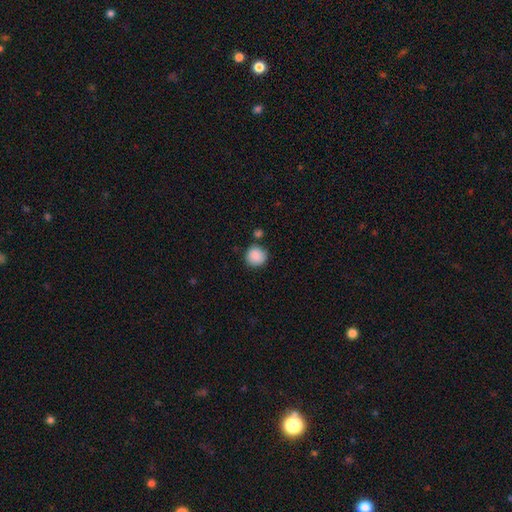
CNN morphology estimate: smooth 89%, star or artifact 8%, featured or disk 3%. Down the decision tree: how rounded — round (92%); merging — none (80%).